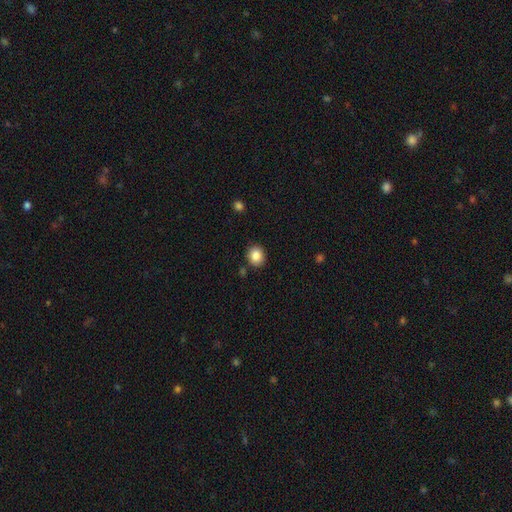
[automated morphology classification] smooth 85%, star or artifact 9%, featured or disk 5%. Down the decision tree: how rounded — round (73%); merging — none (87%).